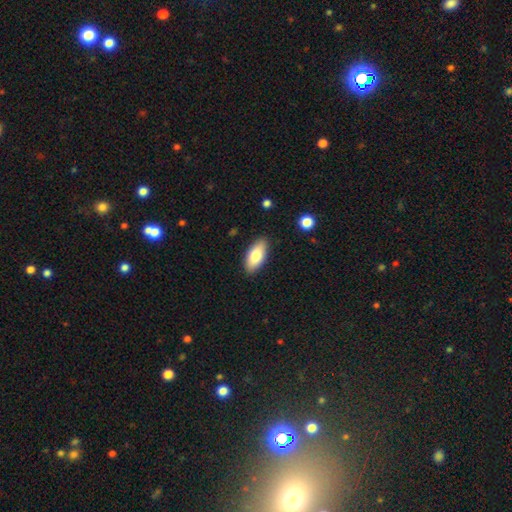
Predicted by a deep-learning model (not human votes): This is likely a smooth galaxy (80%). How rounded: clearly in between (88%). Merging: clearly none (87%).